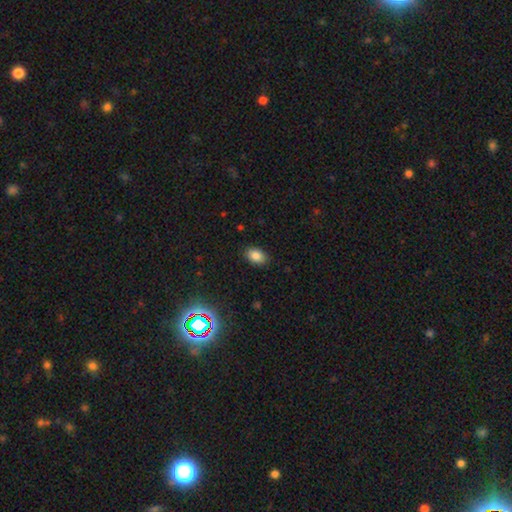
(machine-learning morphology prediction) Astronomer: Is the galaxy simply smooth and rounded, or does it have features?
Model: smooth — 85%.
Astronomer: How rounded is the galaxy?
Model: in between — 86%.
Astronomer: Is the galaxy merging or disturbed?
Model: none — 88%.